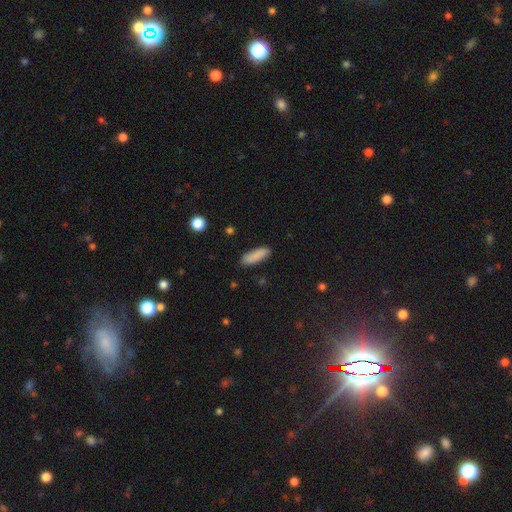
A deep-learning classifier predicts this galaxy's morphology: Smooth or featured: smooth — 87% (featured or disk — 7%)
How rounded: in between — 50% (cigar-shaped — 48%)
Merging: none — 85% (minor disturbance — 11%)